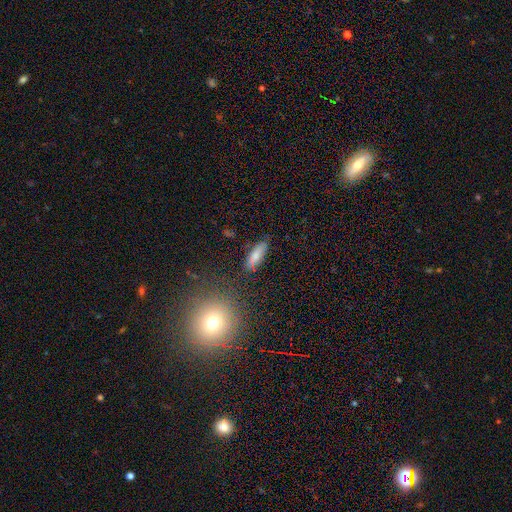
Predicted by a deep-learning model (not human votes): Smooth or featured? Predicted: smooth (p=0.76). How rounded? Predicted: in between (p=0.58). Merging? Predicted: none (p=0.80).